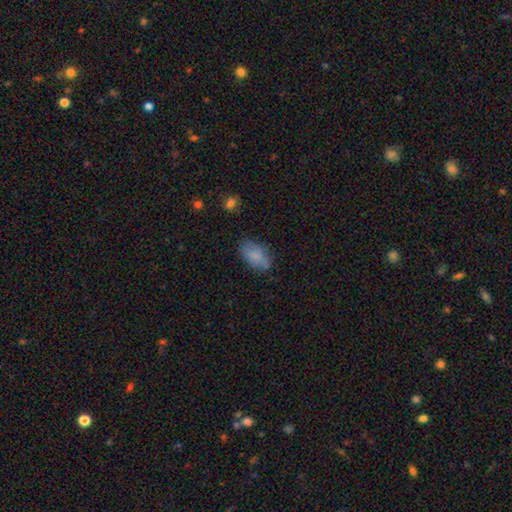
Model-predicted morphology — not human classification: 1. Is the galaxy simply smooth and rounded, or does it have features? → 82% smooth, 11% featured or disk, 7% star or artifact.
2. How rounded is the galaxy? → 93% in between, 4% round, 3% cigar-shaped.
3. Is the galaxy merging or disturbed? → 74% none, 20% minor disturbance, 4% major disturbance, 2% merger.